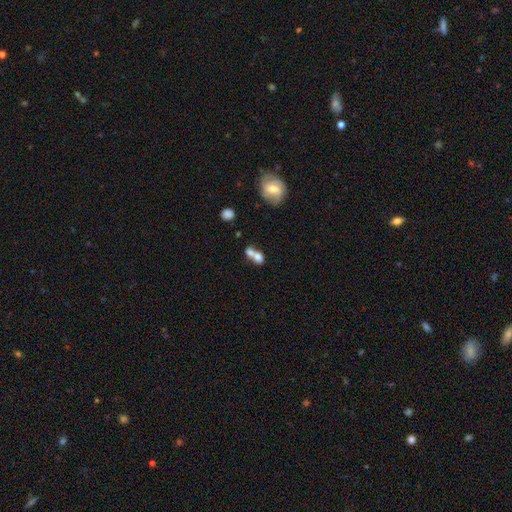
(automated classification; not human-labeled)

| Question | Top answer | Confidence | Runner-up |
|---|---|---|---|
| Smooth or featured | smooth | 71% | featured or disk (20%) |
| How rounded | in between | 56% | round (40%) |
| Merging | merger | 69% | none (20%) |